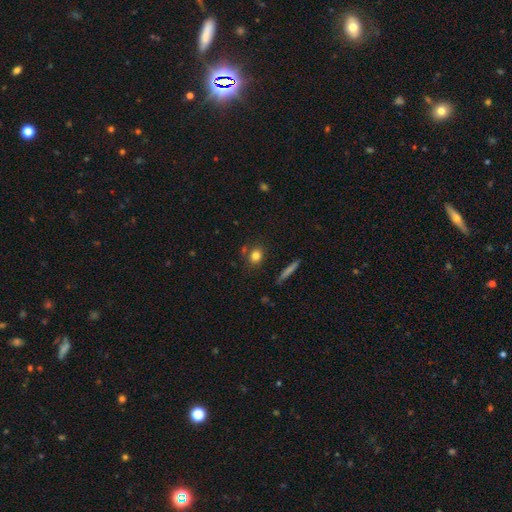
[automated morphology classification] Q: Smooth or featured?
A: smooth (80%); runner-up: star or artifact (11%)
Q: How rounded?
A: round (66%); runner-up: in between (30%)
Q: Merging?
A: none (76%); runner-up: minor disturbance (12%)